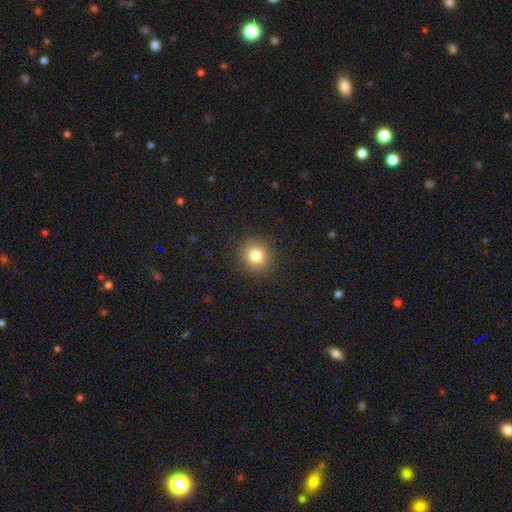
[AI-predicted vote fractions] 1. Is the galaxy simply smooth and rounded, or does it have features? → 81% smooth, 12% star or artifact, 7% featured or disk.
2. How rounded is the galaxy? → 89% round, 10% in between, 1% cigar-shaped.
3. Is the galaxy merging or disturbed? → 90% none, 7% minor disturbance, 3% major disturbance, 1% merger.